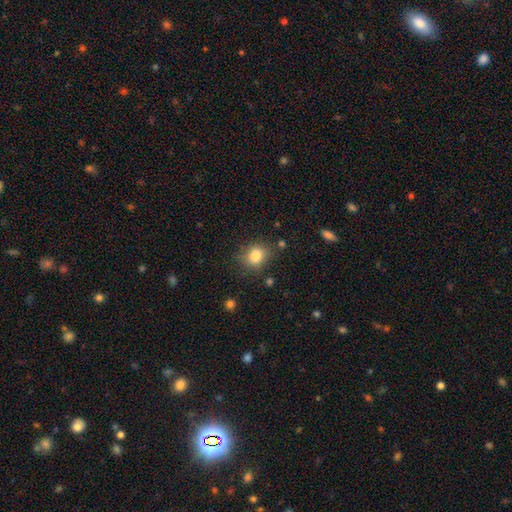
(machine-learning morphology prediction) The model was most divided on "how rounded": round: 58%, in between: 41%, cigar-shaped: 1%. More confident: smooth or featured — smooth (82%); merging — none (75%).